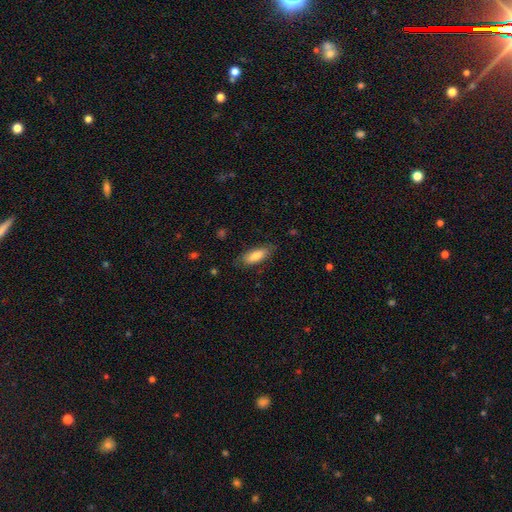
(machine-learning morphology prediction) Smooth or featured: smooth — 80% (featured or disk — 14%)
How rounded: in between — 74% (cigar-shaped — 25%)
Merging: none — 78% (minor disturbance — 17%)